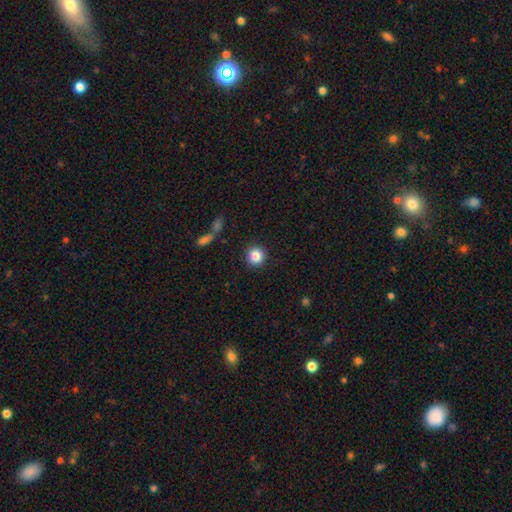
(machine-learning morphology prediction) smooth-or-featured: smooth: 87% | star or artifact: 9% | featured or disk: 4%
  how-rounded: round: 91% | in between: 8% | cigar-shaped: 1%
  merging: none: 88% | minor disturbance: 7% | major disturbance: 3% | merger: 2%